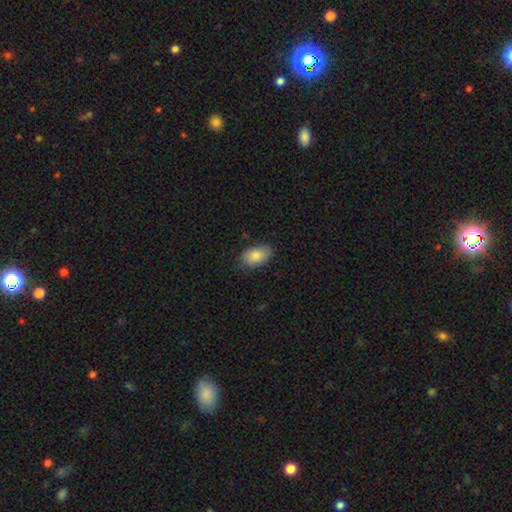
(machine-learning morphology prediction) smooth 85%, featured or disk 8%, star or artifact 7%. Down the decision tree: how rounded — in between (92%); merging — none (81%).